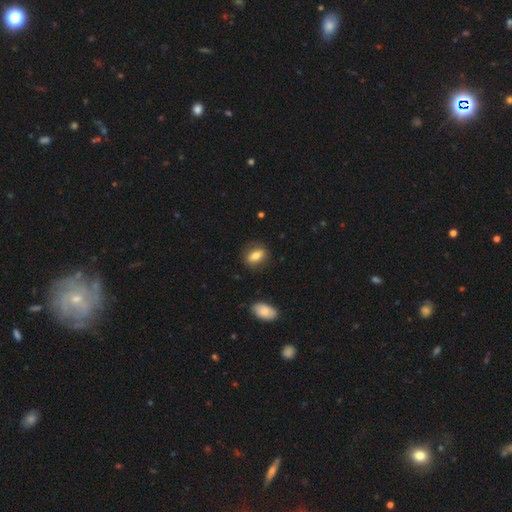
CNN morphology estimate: A smooth galaxy with no disk features (77%) that is in between round and cigar-shaped (75%).

Vote fractions:
- Smooth or featured? smooth: 77% / featured or disk: 15% / star or artifact: 8%
- How rounded? in between: 75% / round: 19% / cigar-shaped: 6%
- Merging? none: 83% / minor disturbance: 12% / major disturbance: 3% / merger: 2%